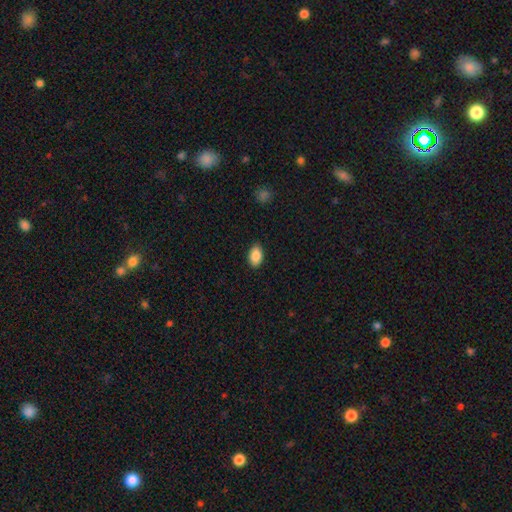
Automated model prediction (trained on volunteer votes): Smooth or featured?
  - smooth: 88% *
  - star or artifact: 7%
  - featured or disk: 5%
How rounded?
  - in between: 91% *
  - round: 7%
  - cigar-shaped: 2%
Merging?
  - none: 87% *
  - minor disturbance: 10%
  - major disturbance: 2%
  - merger: 1%